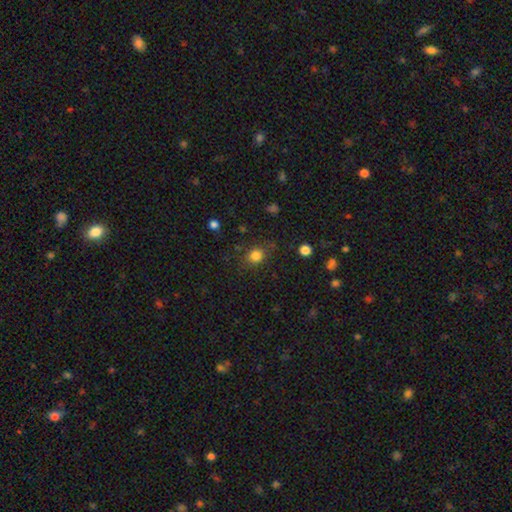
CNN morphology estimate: A smooth galaxy with no disk features (82%) that is round (71%).

Vote fractions:
- Smooth or featured? smooth: 82% / star or artifact: 12% / featured or disk: 6%
- How rounded? round: 71% / in between: 28% / cigar-shaped: 1%
- Merging? none: 79% / minor disturbance: 14% / major disturbance: 5% / merger: 2%